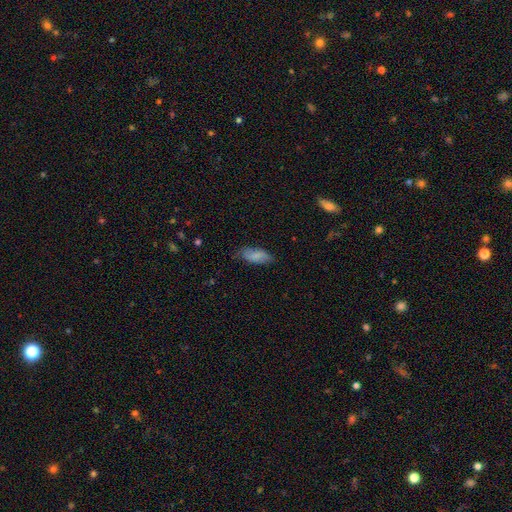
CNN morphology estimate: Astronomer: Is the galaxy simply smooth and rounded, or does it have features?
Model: smooth — 82%.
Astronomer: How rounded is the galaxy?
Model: in between — 81%.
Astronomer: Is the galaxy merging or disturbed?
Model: none — 72%.